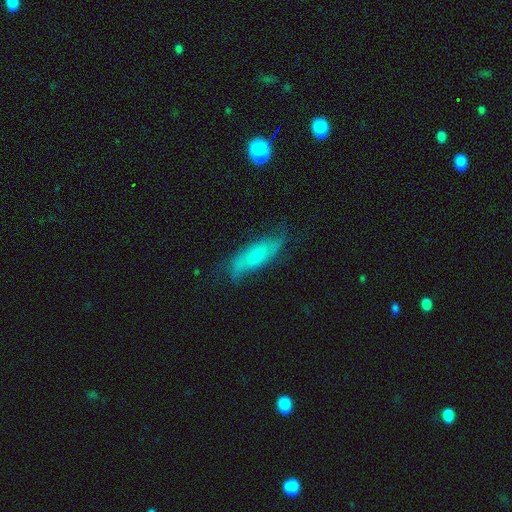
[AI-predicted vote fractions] The model was most divided on "how rounded": in between: 53%, cigar-shaped: 45%, round: 3%. More confident: merging — none (63%); smooth or featured — smooth (52%).